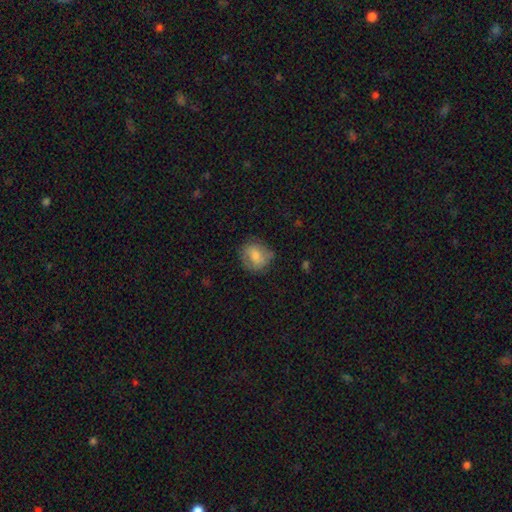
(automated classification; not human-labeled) Q: Smooth or featured?
A: smooth (70%); runner-up: featured or disk (22%)
Q: How rounded?
A: round (72%); runner-up: in between (27%)
Q: Merging?
A: none (68%); runner-up: minor disturbance (23%)